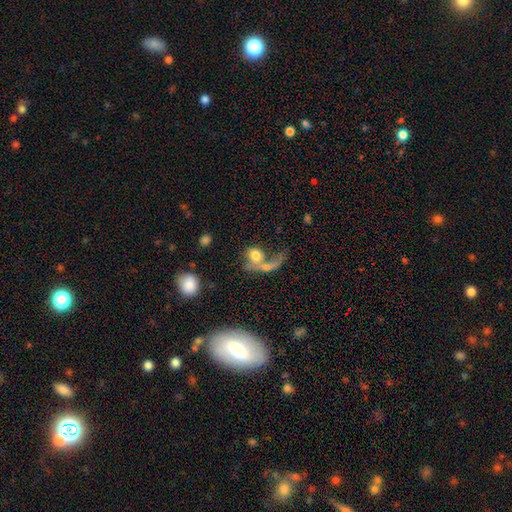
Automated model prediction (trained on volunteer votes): smooth-or-featured: smooth: 63% | featured or disk: 26% | star or artifact: 11%
  how-rounded: round: 66% | in between: 31% | cigar-shaped: 3%
  merging: merger: 47% | major disturbance: 23% | none: 21% | minor disturbance: 9%